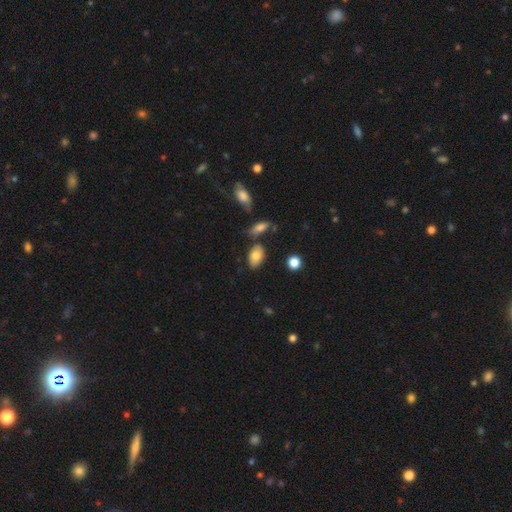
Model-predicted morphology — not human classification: Smooth or featured? smooth (79%)
How rounded? in between (91%)
Merging? none (75%)